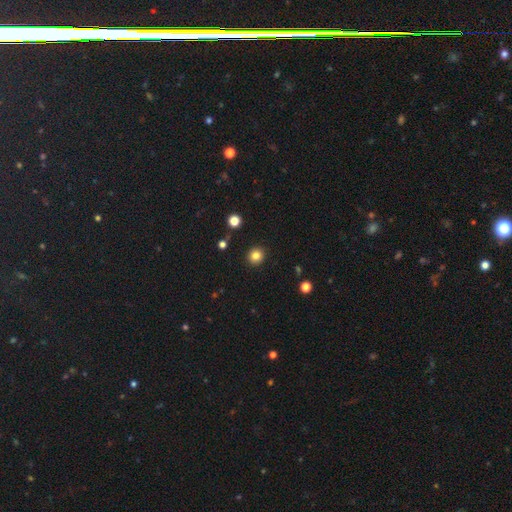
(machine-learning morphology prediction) Overall: smooth (83%). How rounded: round (92%). Merging: none (92%).